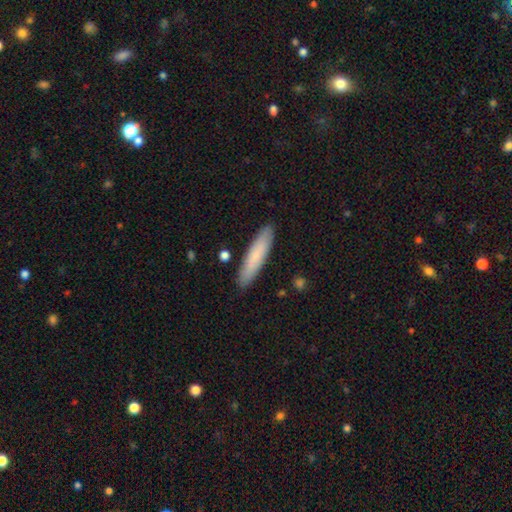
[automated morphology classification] Overall: smooth (79%). How rounded: cigar-shaped (82%). Merging: none (89%).